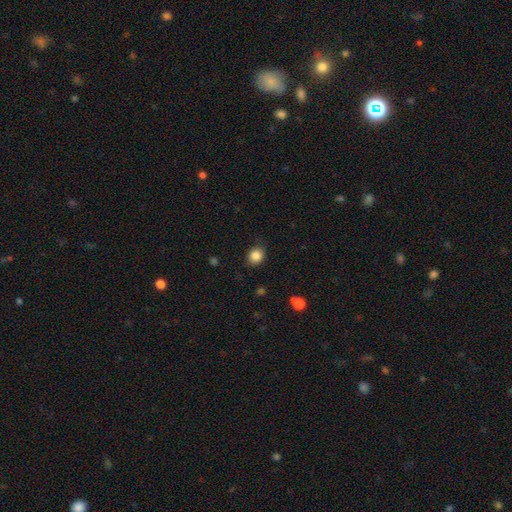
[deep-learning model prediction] smooth-or-featured: smooth: 85% | star or artifact: 10% | featured or disk: 5%
  how-rounded: round: 75% | in between: 24% | cigar-shaped: 1%
  merging: none: 79% | minor disturbance: 16% | major disturbance: 3% | merger: 1%